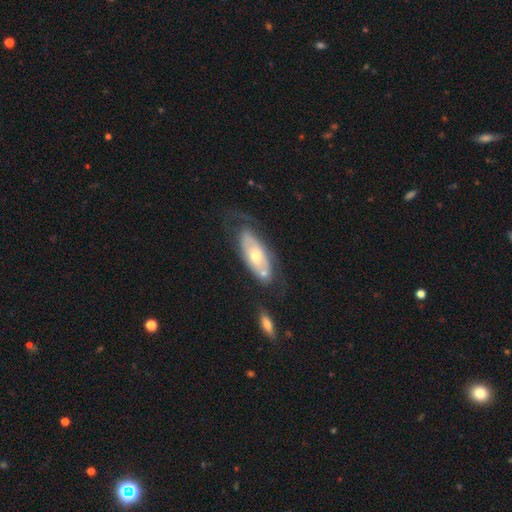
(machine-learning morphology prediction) Smooth or featured: featured or disk — 58% (smooth — 36%)
Edge-on disk: no — 82% (yes — 18%)
Merging: none — 48% (minor disturbance — 24%)